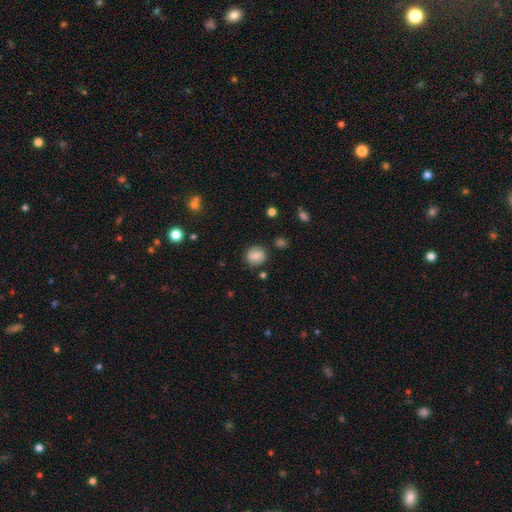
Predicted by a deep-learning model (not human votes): smooth_or_featured: smooth (p=0.69) [alt: featured or disk p=0.21]
how_rounded: round (p=0.79) [alt: in between p=0.20]
merging: none (p=0.82) [alt: minor disturbance p=0.13]